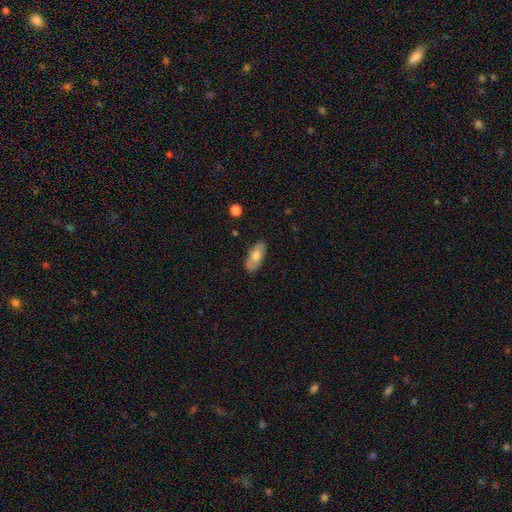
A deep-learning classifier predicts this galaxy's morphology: Smooth or featured: smooth — 68% (featured or disk — 25%)
How rounded: in between — 85% (cigar-shaped — 12%)
Merging: none — 85% (minor disturbance — 11%)